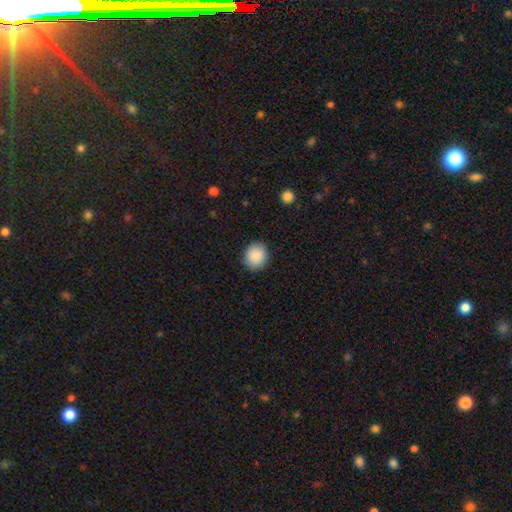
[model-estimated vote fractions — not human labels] Morphology: type=smooth (90%); roundness=round (80%); merging=none (89%).